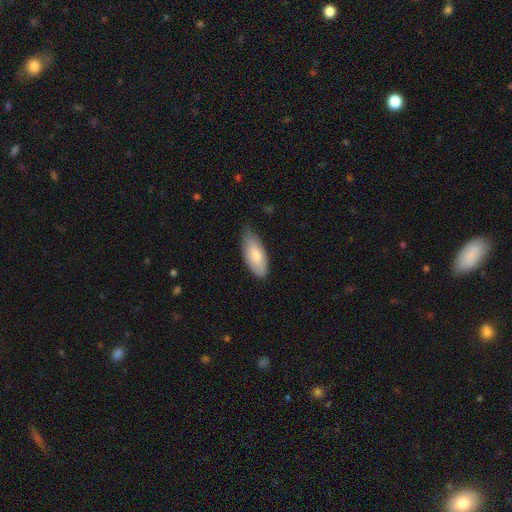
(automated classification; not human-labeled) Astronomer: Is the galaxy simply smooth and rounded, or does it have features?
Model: smooth — 82%.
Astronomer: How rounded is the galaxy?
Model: in between — 83%.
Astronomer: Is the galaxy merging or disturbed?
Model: none — 66%.